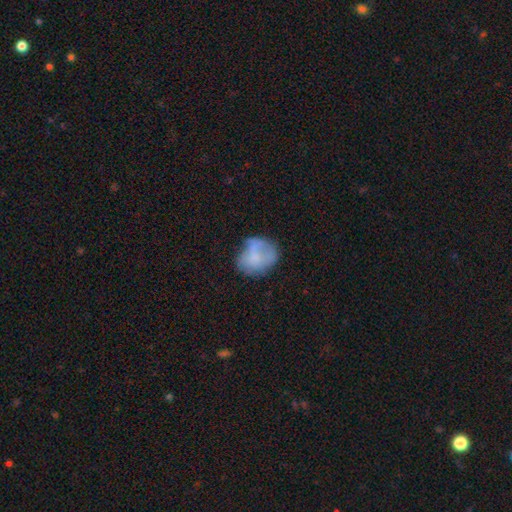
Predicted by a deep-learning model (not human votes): A smooth galaxy with no disk features (63%) that is round (62%). Merging: none (45%).